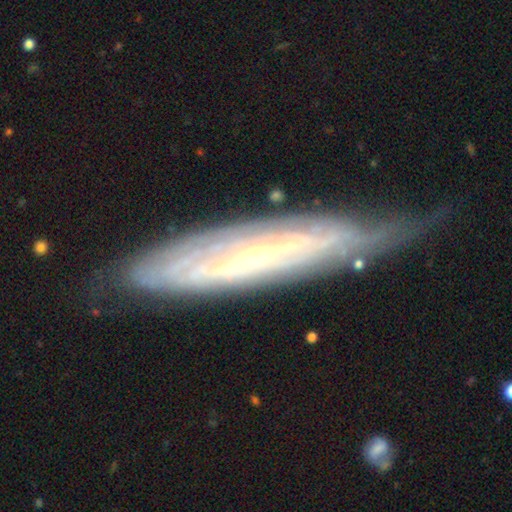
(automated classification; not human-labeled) Smooth or featured: featured or disk — 78% (smooth — 15%)
Edge-on disk: no — 56% (yes — 44%)
Merging: none — 65% (minor disturbance — 25%)